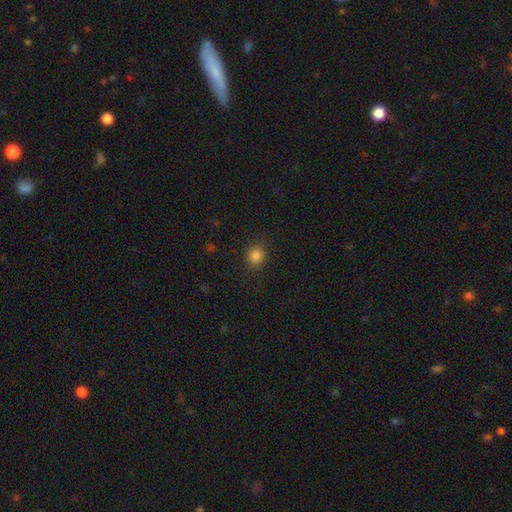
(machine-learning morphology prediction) A smooth galaxy with no disk features (84%) that is round (79%).

Vote fractions:
- Smooth or featured? smooth: 84% / star or artifact: 12% / featured or disk: 4%
- How rounded? round: 79% / in between: 20% / cigar-shaped: 1%
- Merging? none: 88% / minor disturbance: 8% / major disturbance: 3% / merger: 1%